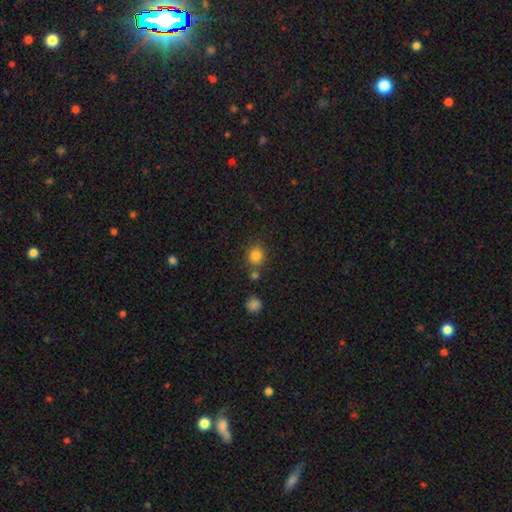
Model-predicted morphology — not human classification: A smooth galaxy with no disk features (83%) that is round (81%). Merging: none (73%).